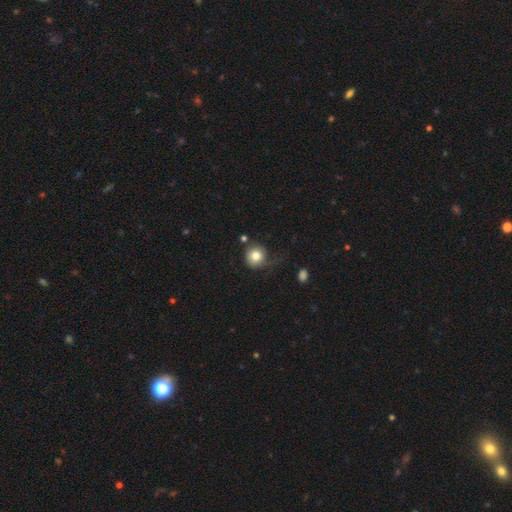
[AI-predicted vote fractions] Q: Smooth or featured?
A: smooth (80%); runner-up: featured or disk (11%)
Q: How rounded?
A: round (91%); runner-up: in between (8%)
Q: Merging?
A: none (55%); runner-up: minor disturbance (23%)